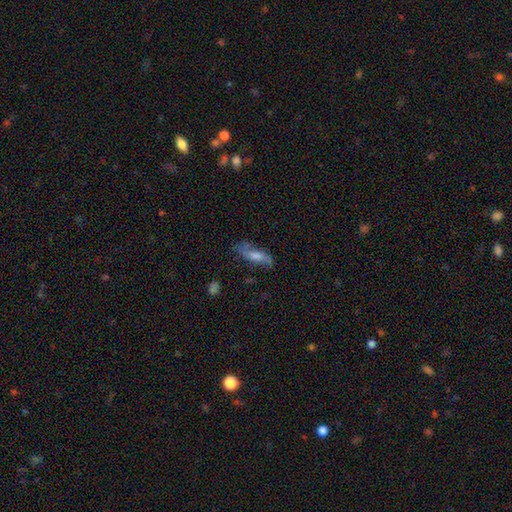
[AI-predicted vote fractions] A featured or disk galaxy (51%).

Vote fractions:
- Smooth or featured? featured or disk: 51% / smooth: 40% / star or artifact: 9%
- Edge-on disk? no: 70% / yes: 30%
- Merging? none: 64% / minor disturbance: 23% / major disturbance: 10% / merger: 3%